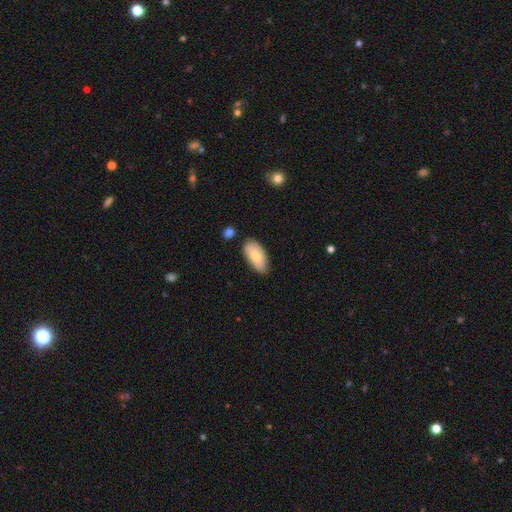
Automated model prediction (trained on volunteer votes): Overall: smooth (75%). How rounded: in between (94%). Merging: none (72%).